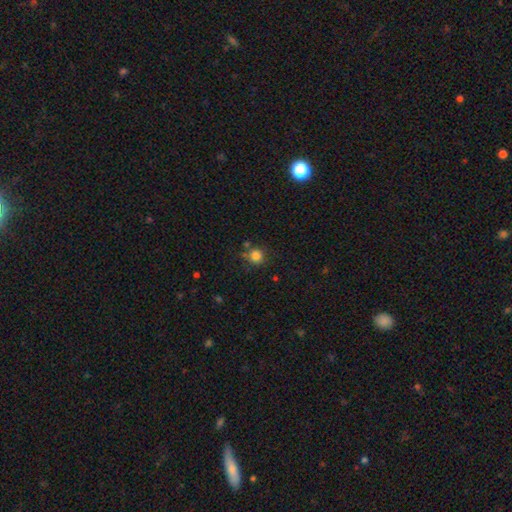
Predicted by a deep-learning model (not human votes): This is clearly a smooth galaxy (83%). How rounded: clearly round (92%). Merging: likely none (76%).